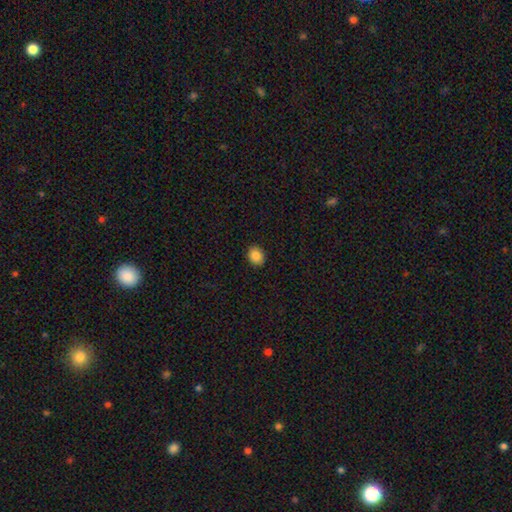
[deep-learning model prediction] smooth-or-featured: smooth: 86% | star or artifact: 9% | featured or disk: 4%
  how-rounded: round: 57% | in between: 42% | cigar-shaped: 1%
  merging: none: 91% | minor disturbance: 6% | major disturbance: 2% | merger: 1%